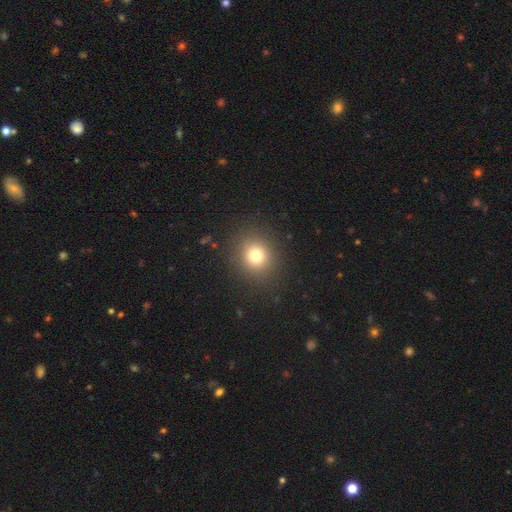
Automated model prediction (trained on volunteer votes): This is likely a smooth galaxy (75%). How rounded: clearly round (84%). Merging: clearly none (89%).